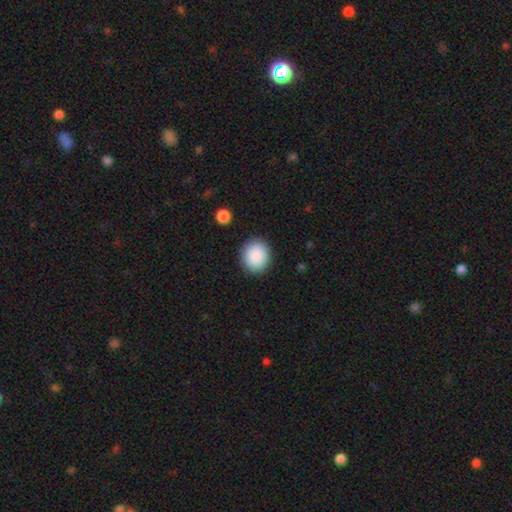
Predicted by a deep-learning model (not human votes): This is clearly a smooth galaxy (89%). How rounded: likely round (72%). Merging: clearly none (90%).